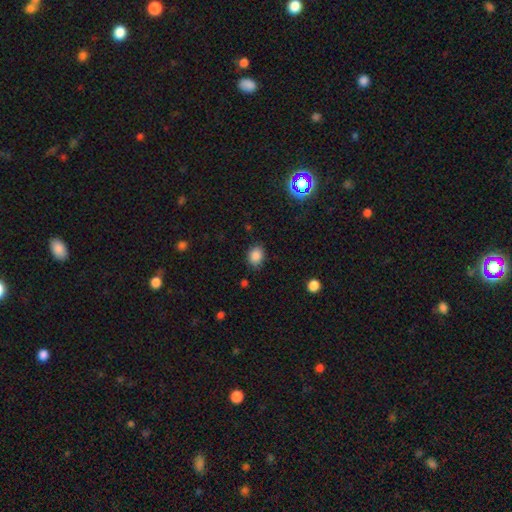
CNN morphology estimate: A smooth galaxy with no disk features (86%) that is in between round and cigar-shaped (55%).

Vote fractions:
- Smooth or featured? smooth: 86% / star or artifact: 10% / featured or disk: 4%
- How rounded? in between: 55% / round: 44% / cigar-shaped: 1%
- Merging? none: 80% / minor disturbance: 15% / major disturbance: 3% / merger: 1%